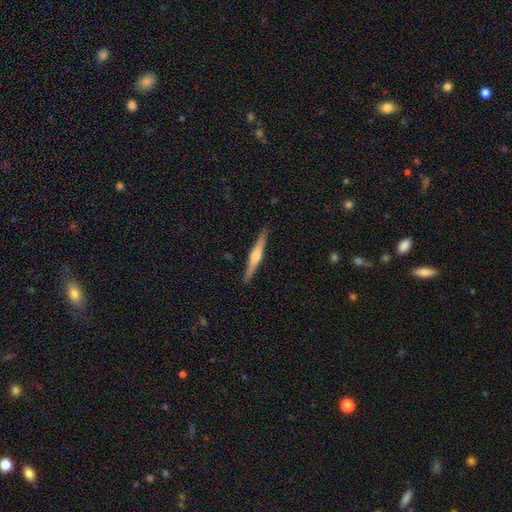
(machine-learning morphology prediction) Smooth or featured? Predicted: featured or disk (p=0.68). Edge-on disk? Predicted: yes (p=0.98). Edge-on bulge? Predicted: rounded (p=0.90). Merging? Predicted: none (p=0.91).